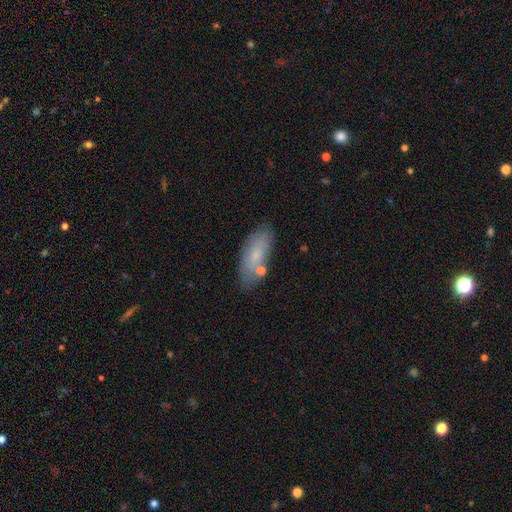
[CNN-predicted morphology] smooth-or-featured: smooth: 70% | featured or disk: 22% | star or artifact: 8%
  how-rounded: in between: 76% | cigar-shaped: 21% | round: 3%
  merging: none: 72% | minor disturbance: 17% | merger: 7% | major disturbance: 4%